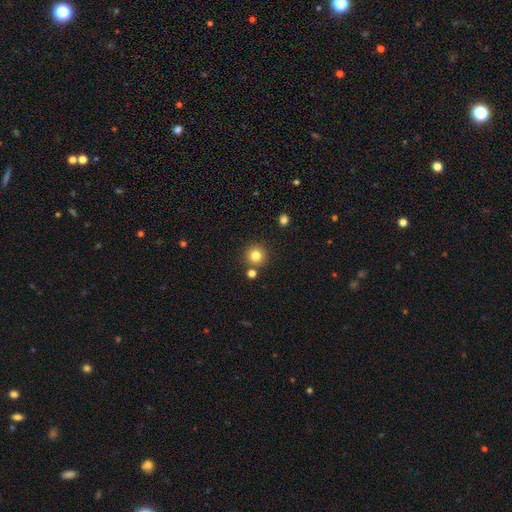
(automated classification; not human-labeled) Overall: smooth (81%). How rounded: round (94%). Merging: none (83%).